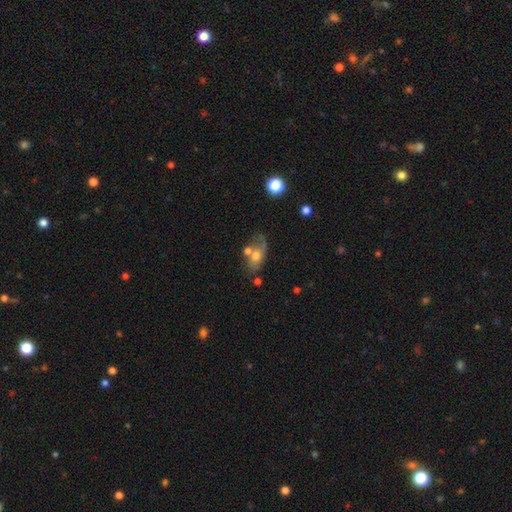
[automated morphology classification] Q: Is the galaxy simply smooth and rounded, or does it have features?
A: smooth — 52%.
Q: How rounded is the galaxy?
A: in between — 80%.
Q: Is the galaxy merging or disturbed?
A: none — 35%.